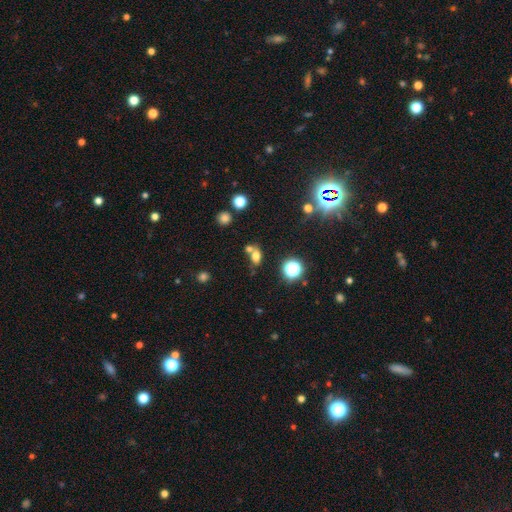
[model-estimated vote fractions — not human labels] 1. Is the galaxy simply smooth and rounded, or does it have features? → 70% smooth, 19% star or artifact, 12% featured or disk.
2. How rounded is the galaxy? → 69% in between, 28% round, 3% cigar-shaped.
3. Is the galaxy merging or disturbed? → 44% none, 39% merger, 11% minor disturbance, 5% major disturbance.